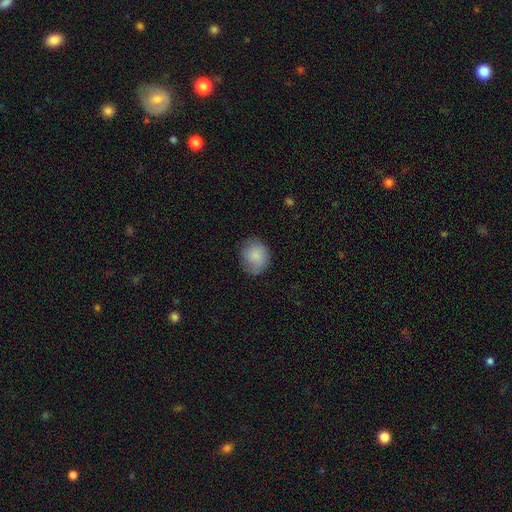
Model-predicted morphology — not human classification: Smooth or featured? smooth (86%)
How rounded? round (69%)
Merging? none (72%)